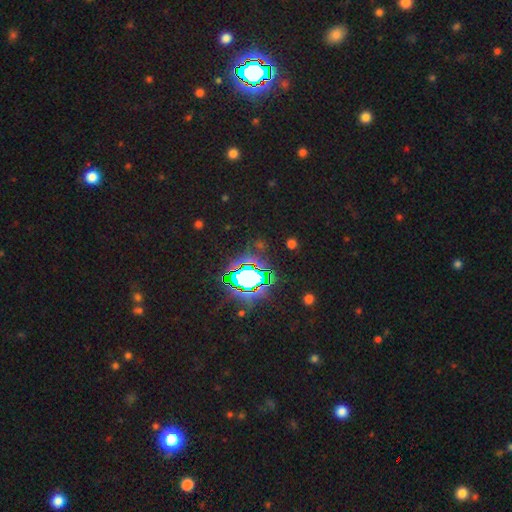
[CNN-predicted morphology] A star or artifact, not a galaxy (80%).